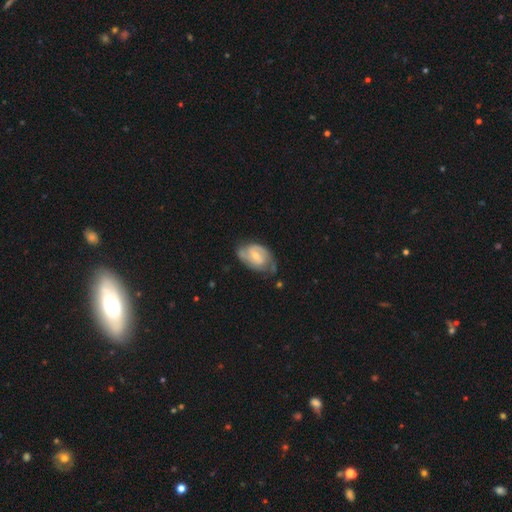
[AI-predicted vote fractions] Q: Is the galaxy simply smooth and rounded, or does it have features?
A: featured or disk — 73%.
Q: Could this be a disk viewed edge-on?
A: no — 97%.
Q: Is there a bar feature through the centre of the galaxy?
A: weak — 52%.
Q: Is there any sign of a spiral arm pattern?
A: yes — 88%.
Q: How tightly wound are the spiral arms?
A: medium — 43%.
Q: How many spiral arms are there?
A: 2 — 69%.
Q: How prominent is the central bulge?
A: small — 51%.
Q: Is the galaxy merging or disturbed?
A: none — 54%.